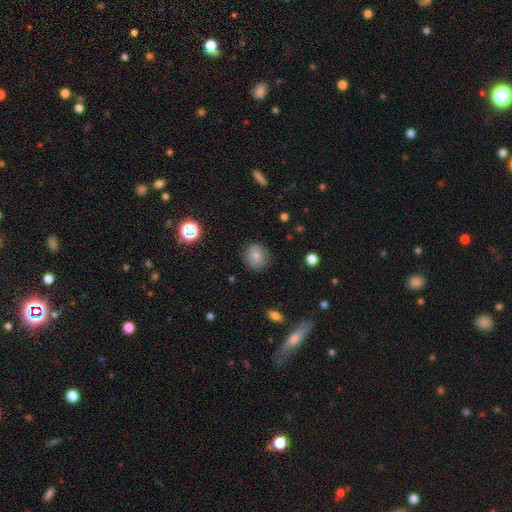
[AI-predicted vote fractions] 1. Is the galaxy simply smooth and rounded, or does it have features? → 76% smooth, 13% featured or disk, 11% star or artifact.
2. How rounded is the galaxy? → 81% round, 18% in between, 1% cigar-shaped.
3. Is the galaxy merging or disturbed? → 82% none, 13% minor disturbance, 4% major disturbance, 1% merger.